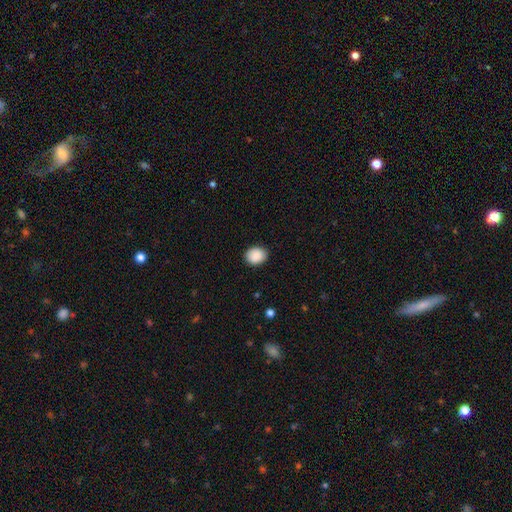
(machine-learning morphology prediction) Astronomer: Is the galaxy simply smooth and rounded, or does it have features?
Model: smooth — 90%.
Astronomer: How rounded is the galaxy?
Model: in between — 51% (runner-up: round, 49%).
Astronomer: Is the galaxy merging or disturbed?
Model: none — 87%.